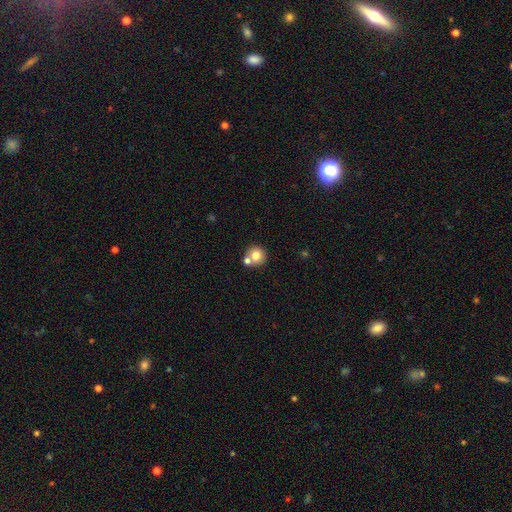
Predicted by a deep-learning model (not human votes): A smooth galaxy with no disk features (76%) that is round (91%). Merging: none (56%).